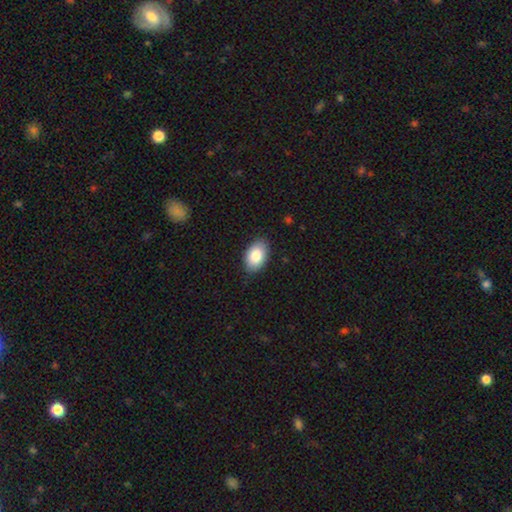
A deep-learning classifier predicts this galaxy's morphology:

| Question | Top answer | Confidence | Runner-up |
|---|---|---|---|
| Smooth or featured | smooth | 84% | featured or disk (9%) |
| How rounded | in between | 91% | round (7%) |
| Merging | none | 85% | minor disturbance (12%) |